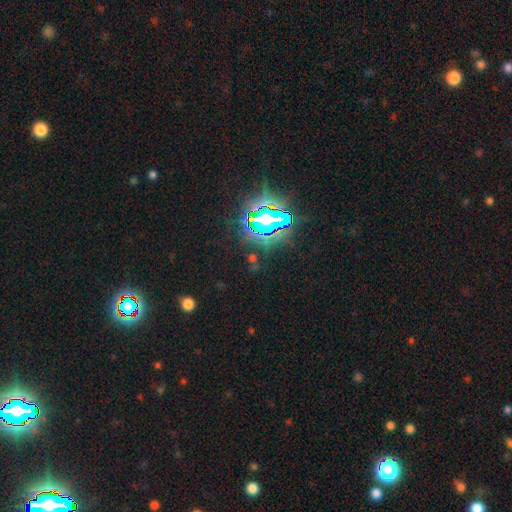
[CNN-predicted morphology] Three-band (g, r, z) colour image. It shows a star or artifact, not a galaxy (82%).